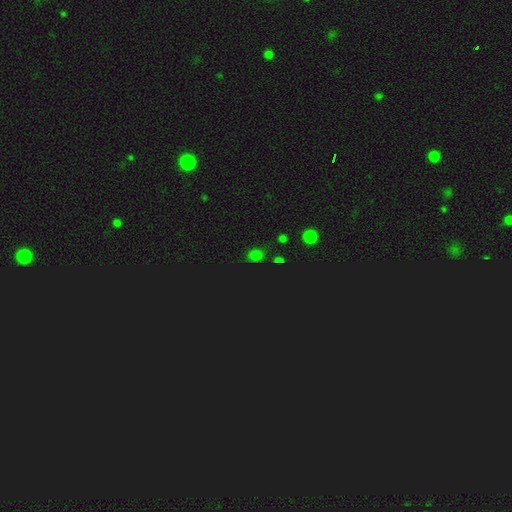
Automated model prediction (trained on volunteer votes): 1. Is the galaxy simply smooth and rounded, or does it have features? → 56% smooth, 38% star or artifact, 6% featured or disk.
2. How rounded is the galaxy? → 69% round, 29% in between, 2% cigar-shaped.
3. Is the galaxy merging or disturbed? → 77% none, 14% minor disturbance, 5% major disturbance, 4% merger.